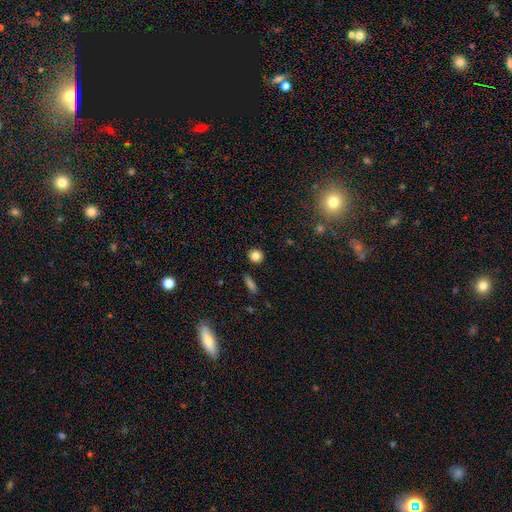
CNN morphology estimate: A smooth galaxy with no disk features (83%) that is round (89%). Merging: none (89%).